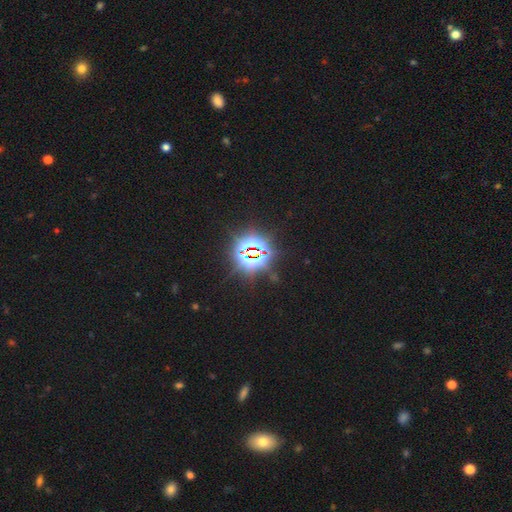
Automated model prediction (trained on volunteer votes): Smooth or featured? star or artifact (82%)